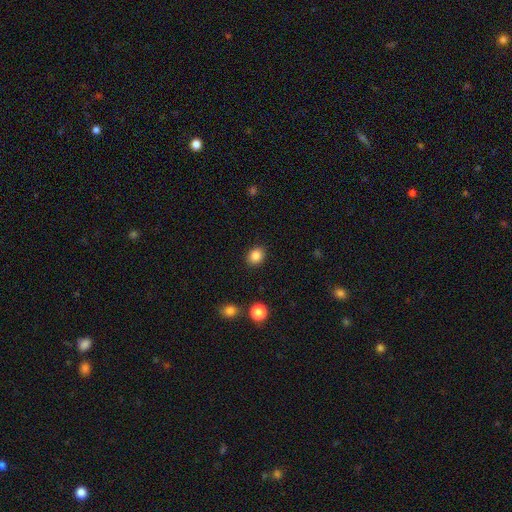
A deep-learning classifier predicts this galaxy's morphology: smooth 86%, star or artifact 10%, featured or disk 4%. Down the decision tree: how rounded — round (60%); merging — none (89%).